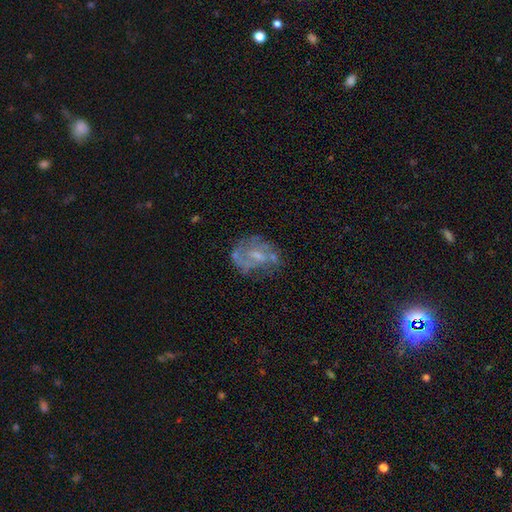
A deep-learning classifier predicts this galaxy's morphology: smooth-or-featured: featured or disk: 68% | smooth: 22% | star or artifact: 10%
  disk-edge-on: no: 97% | yes: 3%
    bar: no: 47% | weak: 43% | strong: 10%
    has-spiral-arms: yes: 53% | no: 47%
    bulge-size: small: 38% | moderate: 30% | none: 28% | large: 3% | dominant: 1%
  merging: none: 49% | minor disturbance: 23% | major disturbance: 22% | merger: 6%